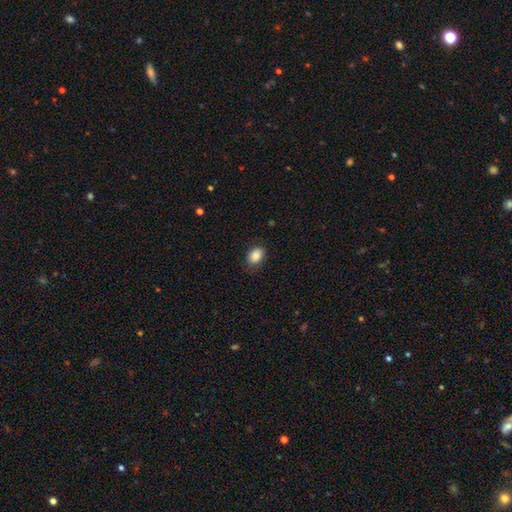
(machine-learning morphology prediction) A smooth galaxy with no disk features (87%) that is in between round and cigar-shaped (75%).

Vote fractions:
- Smooth or featured? smooth: 87% / star or artifact: 8% / featured or disk: 5%
- How rounded? in between: 75% / round: 24% / cigar-shaped: 1%
- Merging? none: 80% / minor disturbance: 16% / major disturbance: 4% / merger: 1%